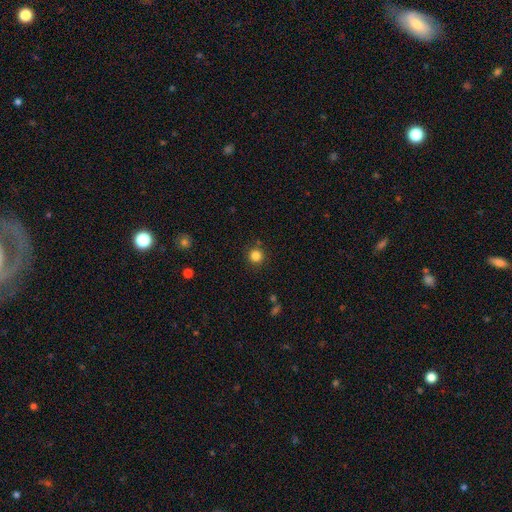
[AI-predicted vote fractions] Overall: smooth (84%). How rounded: round (95%). Merging: none (89%).